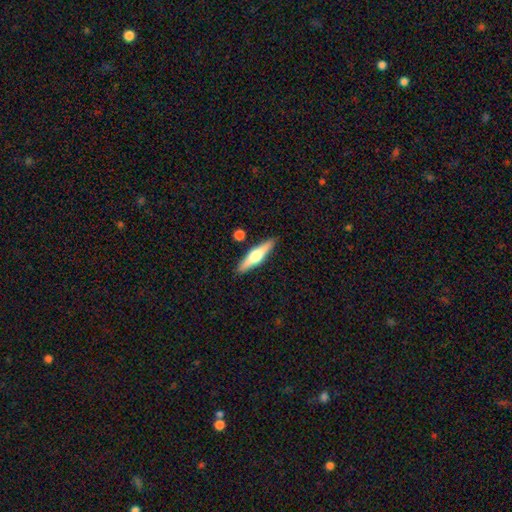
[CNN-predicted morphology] featured or disk 59%, smooth 35%, star or artifact 6%. Down the decision tree: edge-on disk — yes (96%); edge-on bulge — rounded (93%); merging — none (87%).